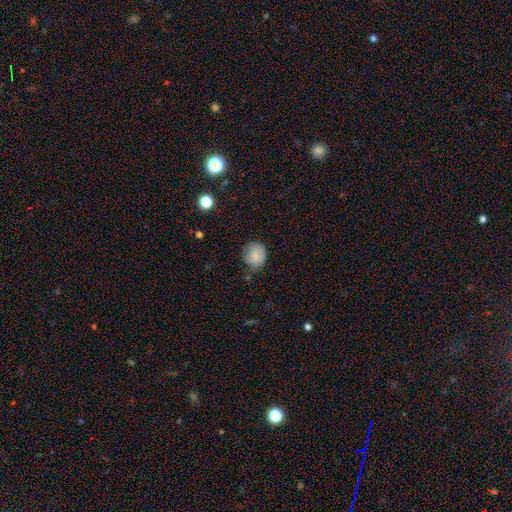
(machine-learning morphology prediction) The model was most divided on "merging": none: 68%, minor disturbance: 24%, major disturbance: 5%, merger: 2%. More confident: smooth or featured — smooth (83%); how rounded — round (71%).